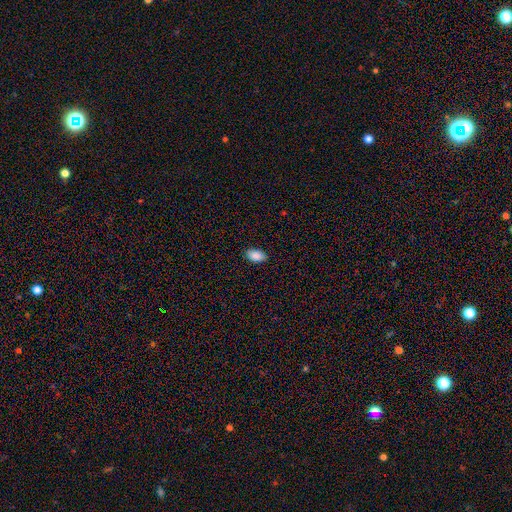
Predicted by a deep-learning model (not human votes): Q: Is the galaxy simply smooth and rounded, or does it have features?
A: smooth — 89%.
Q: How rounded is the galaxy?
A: in between — 93%.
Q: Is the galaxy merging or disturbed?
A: none — 86%.